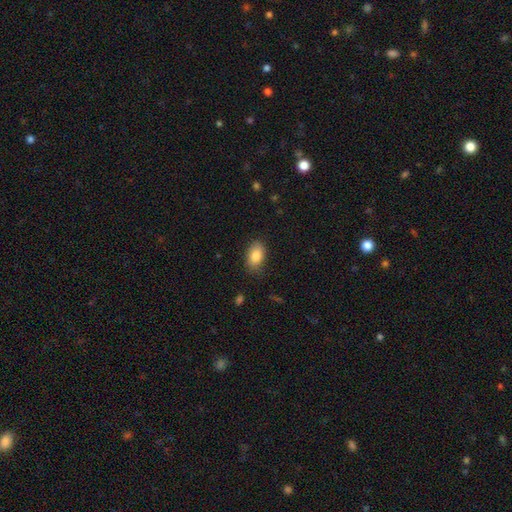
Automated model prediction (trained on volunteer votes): Smooth or featured? Predicted: smooth (p=0.86). How rounded? Predicted: in between (p=0.90). Merging? Predicted: none (p=0.79).